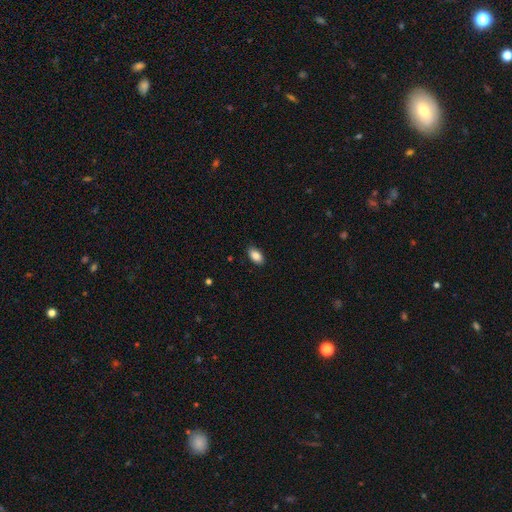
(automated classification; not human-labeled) smooth 88%, star or artifact 7%, featured or disk 5%. Down the decision tree: how rounded — in between (93%); merging — none (88%).